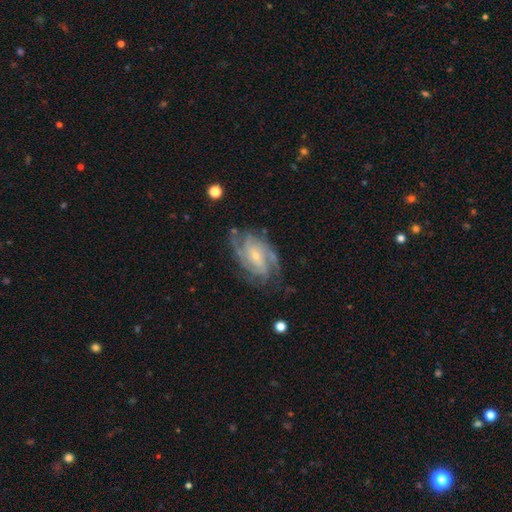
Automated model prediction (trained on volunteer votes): A featured or disk galaxy (88%) with no bar (53%), 3 (28%) tight (53%) spiral arms (97%) and a small central bulge (74%).

Vote fractions:
- Smooth or featured? featured or disk: 88% / smooth: 6% / star or artifact: 5%
- Edge-on disk? no: 97% / yes: 3%
- Bar? no: 53% / weak: 35% / strong: 12%
- Spiral arms? yes: 97% / no: 3%
- Spiral winding? tight: 53% / medium: 38% / loose: 8%
- Spiral arm count? 3: 28% / 2: 22% / can't tell: 20% / 4: 18% / more than 4: 6% / 1: 6%
- Bulge size? small: 74% / moderate: 21% / none: 2% / large: 1% / dominant: 1%
- Merging? none: 75% / minor disturbance: 17% / major disturbance: 7% / merger: 2%